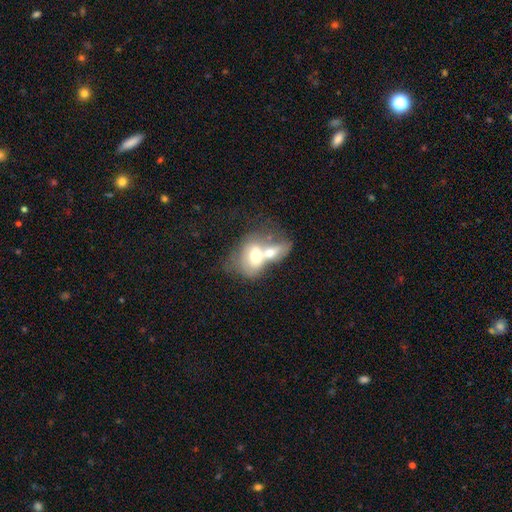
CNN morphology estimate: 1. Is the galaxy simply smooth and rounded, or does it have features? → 57% smooth, 36% featured or disk, 7% star or artifact.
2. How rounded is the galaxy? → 70% in between, 27% round, 3% cigar-shaped.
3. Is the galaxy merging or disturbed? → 77% merger, 10% none, 7% major disturbance, 6% minor disturbance.